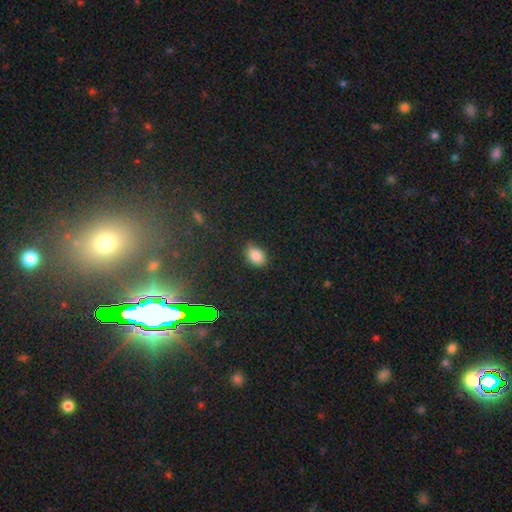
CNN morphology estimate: This appears to be a smooth galaxy with no disk features (84%) that is in between round and cigar-shaped (78%). Merging: none (77%).